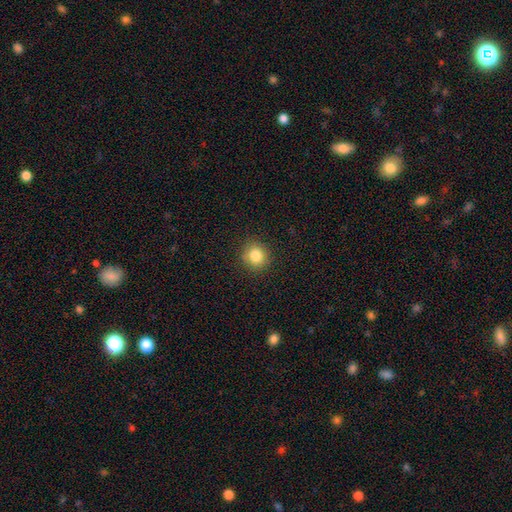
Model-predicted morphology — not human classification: A smooth galaxy with no disk features (83%) that is round (87%). Merging: none (89%).